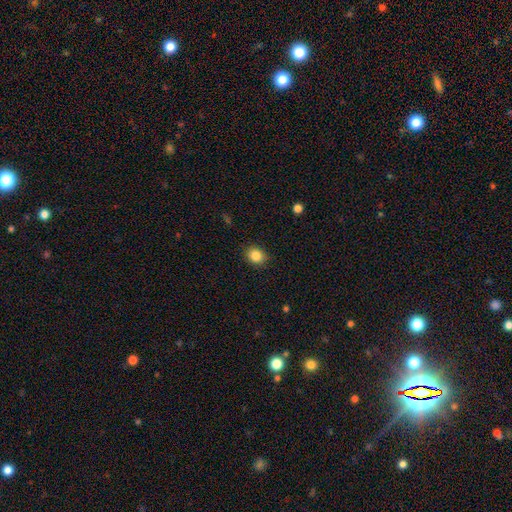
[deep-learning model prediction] Overall: smooth (86%). How rounded: round (64%; in between 36%). Merging: none (89%).